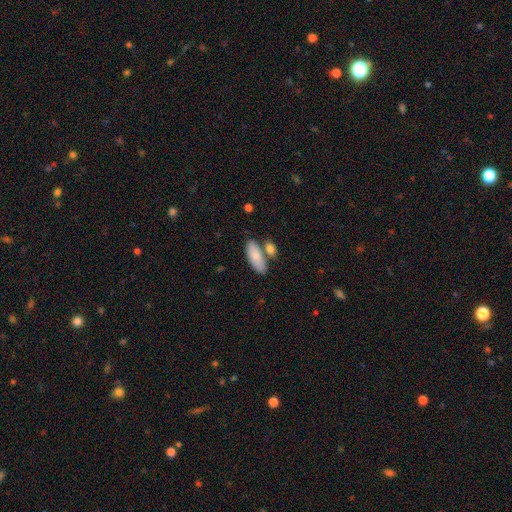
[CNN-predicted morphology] smooth 85%, featured or disk 10%, star or artifact 5%. Down the decision tree: how rounded — in between (79%); merging — none (63%).